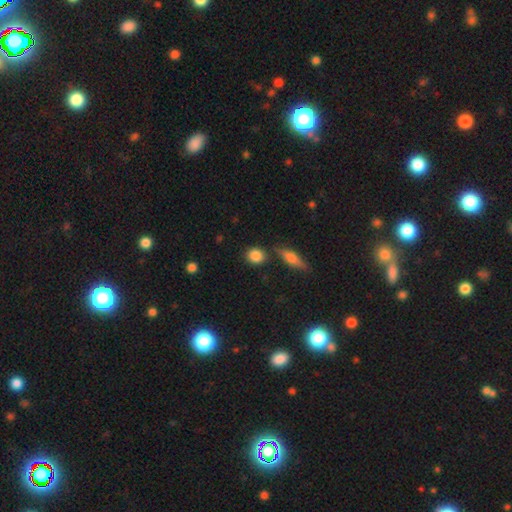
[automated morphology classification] Smooth or featured? smooth (85%)
How rounded? round (76%)
Merging? none (79%)